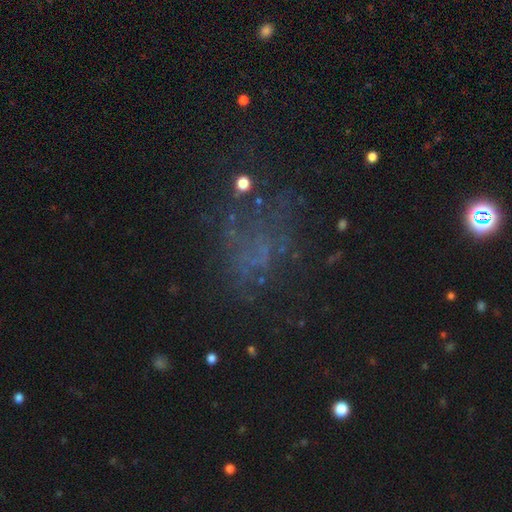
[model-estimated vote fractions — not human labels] Q: Smooth or featured?
A: star or artifact (37%); tied with: featured or disk (37%)